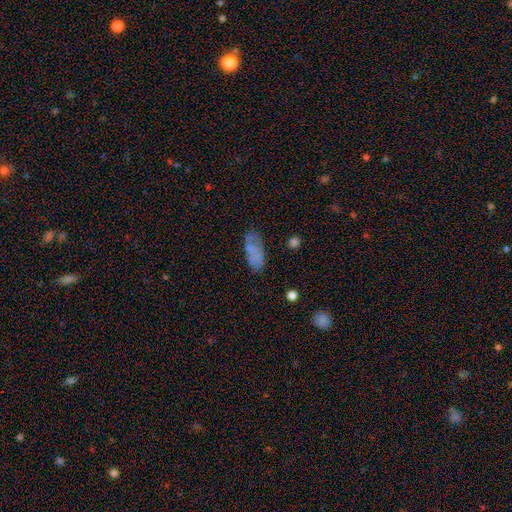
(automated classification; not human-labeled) Smooth or featured?
  - smooth: 70% *
  - featured or disk: 21%
  - star or artifact: 10%
How rounded?
  - in between: 85% *
  - cigar-shaped: 12%
  - round: 3%
Merging?
  - none: 61% *
  - minor disturbance: 24%
  - major disturbance: 10%
  - merger: 6%